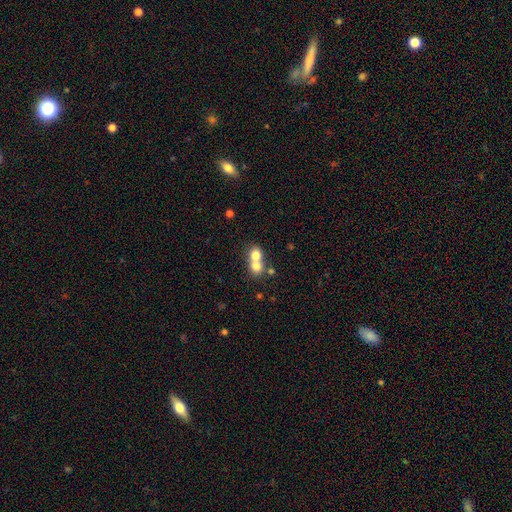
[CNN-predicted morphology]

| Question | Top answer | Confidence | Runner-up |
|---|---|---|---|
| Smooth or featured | smooth | 73% | featured or disk (16%) |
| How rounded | round | 74% | in between (25%) |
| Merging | merger | 68% | none (26%) |